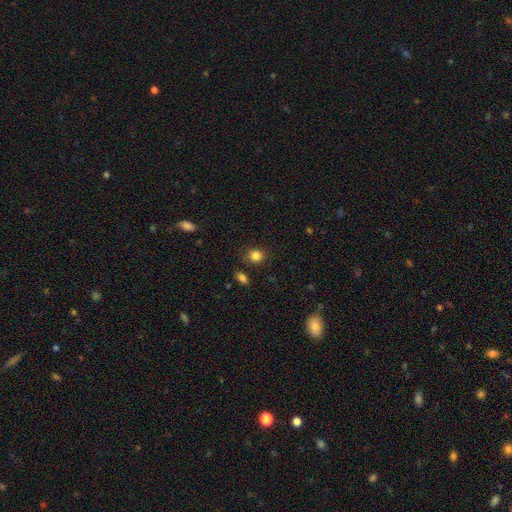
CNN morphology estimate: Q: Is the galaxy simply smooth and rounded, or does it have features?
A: smooth — 84%.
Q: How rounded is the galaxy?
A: round — 70%.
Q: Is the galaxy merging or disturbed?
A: none — 83%.